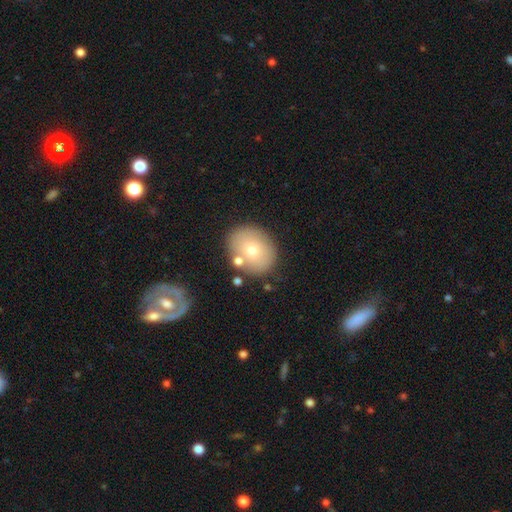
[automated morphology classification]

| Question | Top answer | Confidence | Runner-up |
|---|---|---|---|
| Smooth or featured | smooth | 70% | featured or disk (20%) |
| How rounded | round | 53% | in between (46%) |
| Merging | none | 77% | minor disturbance (12%) |